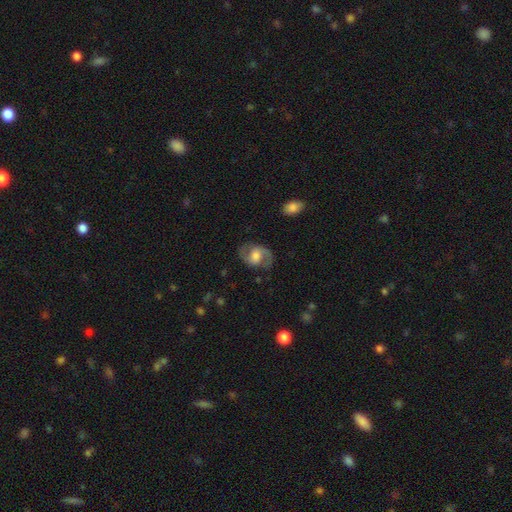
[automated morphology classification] A featured or disk galaxy (75%) with no bar (45%), 2 (91%) medium (57%) spiral arms (91%) and a moderate central bulge (49%).

Vote fractions:
- Smooth or featured? featured or disk: 75% / smooth: 18% / star or artifact: 6%
- Edge-on disk? no: 97% / yes: 3%
- Bar? no: 45% / weak: 42% / strong: 13%
- Spiral arms? yes: 91% / no: 9%
- Spiral winding? medium: 57% / loose: 25% / tight: 18%
- Spiral arm count? 2: 91% / can't tell: 4% / 1: 2% / 3: 1% / 4: 1% / more than 4: 1%
- Bulge size? moderate: 49% / large: 29% / small: 15% / none: 5% / dominant: 3%
- Merging? none: 79% / minor disturbance: 14% / major disturbance: 7% / merger: 1%